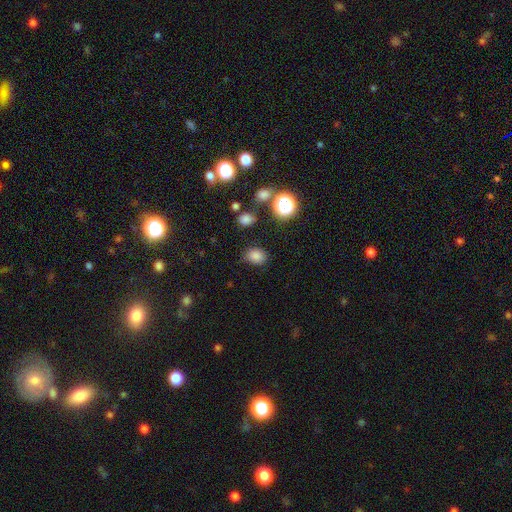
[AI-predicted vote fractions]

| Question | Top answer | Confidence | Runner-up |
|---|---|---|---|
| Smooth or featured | smooth | 79% | star or artifact (16%) |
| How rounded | in between | 56% | round (43%) |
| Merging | none | 80% | minor disturbance (13%) |